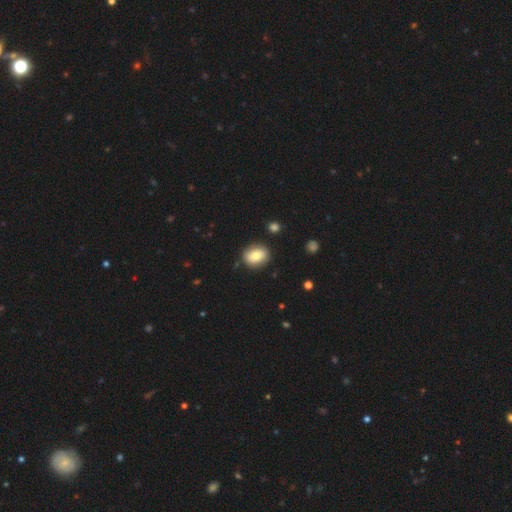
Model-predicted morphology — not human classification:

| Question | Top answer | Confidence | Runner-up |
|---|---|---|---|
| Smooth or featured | smooth | 76% | featured or disk (16%) |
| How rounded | in between | 55% | round (44%) |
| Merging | none | 84% | minor disturbance (11%) |